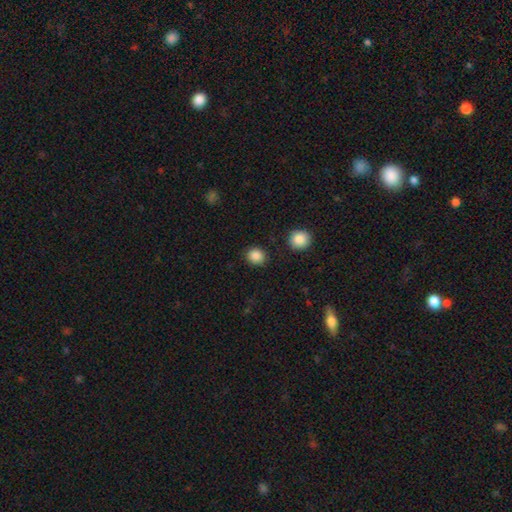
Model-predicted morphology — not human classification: smooth-or-featured: smooth: 88% | star or artifact: 9% | featured or disk: 3%
  how-rounded: round: 79% | in between: 20% | cigar-shaped: 1%
  merging: none: 87% | minor disturbance: 8% | major disturbance: 3% | merger: 2%